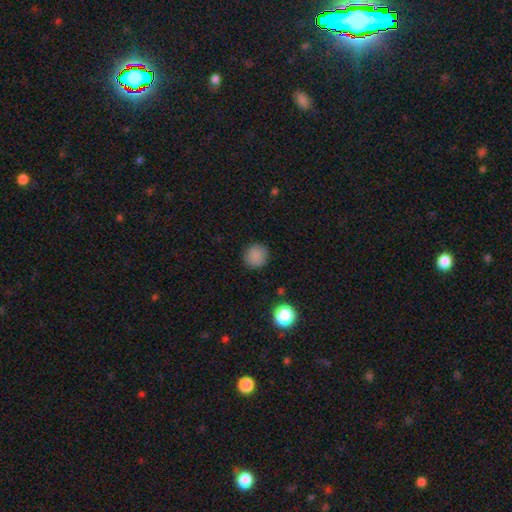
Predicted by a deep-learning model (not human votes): Overall: smooth (84%). How rounded: round (91%). Merging: none (88%).